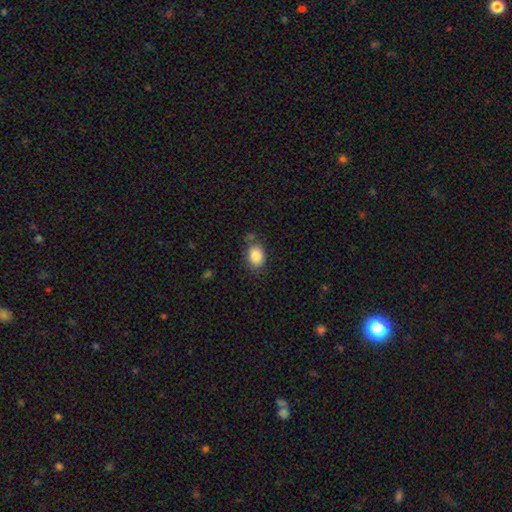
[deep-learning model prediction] Smooth or featured?
  - smooth: 86% *
  - star or artifact: 8%
  - featured or disk: 6%
How rounded?
  - in between: 76% *
  - round: 23%
  - cigar-shaped: 1%
Merging?
  - none: 75% *
  - minor disturbance: 17%
  - major disturbance: 4%
  - merger: 4%